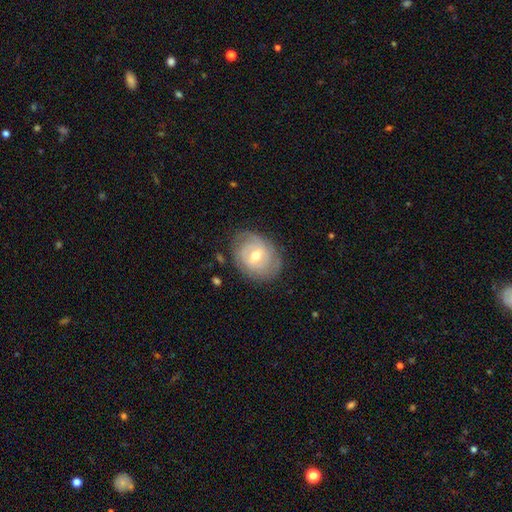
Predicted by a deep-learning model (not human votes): Smooth or featured?
  - featured or disk: 74% *
  - smooth: 20%
  - star or artifact: 6%
Edge-on disk?
  - no: 97% *
  - yes: 3%
Bar?
  - weak: 53% *
  - no: 33%
  - strong: 13%
Spiral arms?
  - yes: 87% *
  - no: 13%
Spiral winding?
  - tight: 67% *
  - medium: 25%
  - loose: 8%
Spiral arm count?
  - can't tell: 38% *
  - 2: 33%
  - 3: 16%
  - 4: 5%
  - 1: 4%
  - more than 4: 3%
Bulge size?
  - moderate: 67% *
  - small: 28%
  - large: 3%
  - none: 1%
  - dominant: 1%
Merging?
  - none: 76% *
  - minor disturbance: 17%
  - major disturbance: 6%
  - merger: 1%